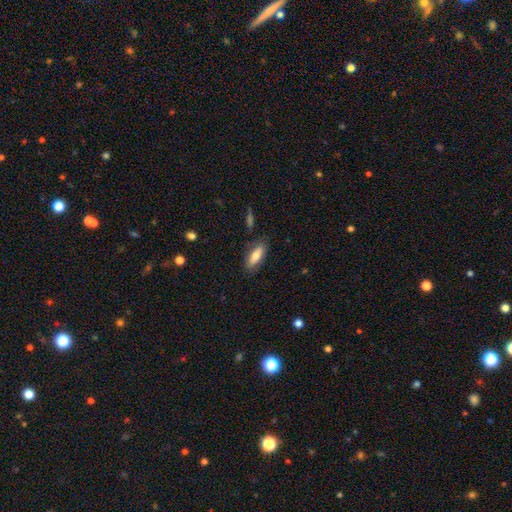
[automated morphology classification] Q: Smooth or featured?
A: smooth (73%); runner-up: featured or disk (21%)
Q: How rounded?
A: in between (69%); runner-up: cigar-shaped (29%)
Q: Merging?
A: none (81%); runner-up: minor disturbance (13%)